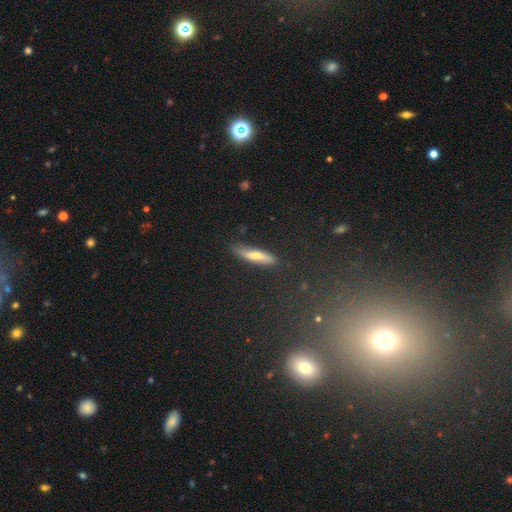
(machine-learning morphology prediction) Smooth or featured: smooth — 49% (featured or disk — 39%)
Merging: none — 84% (minor disturbance — 12%)